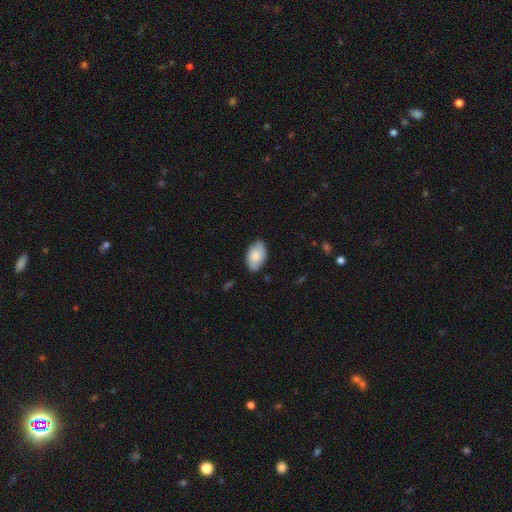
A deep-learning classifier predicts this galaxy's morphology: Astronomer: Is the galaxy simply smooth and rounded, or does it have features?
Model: smooth — 73%.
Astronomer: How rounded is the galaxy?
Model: in between — 93%.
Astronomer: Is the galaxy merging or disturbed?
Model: none — 76%.